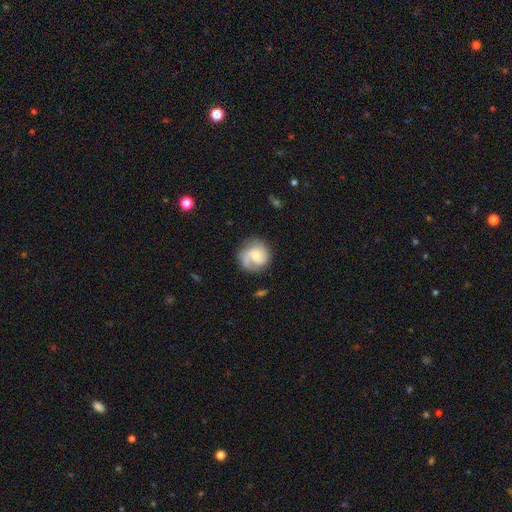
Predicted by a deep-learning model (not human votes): Smooth or featured: featured or disk — 67% (smooth — 26%)
Edge-on disk: no — 98% (yes — 2%)
Bar: no — 67% (weak — 29%)
Spiral arms: yes — 91% (no — 9%)
Spiral winding: medium — 41% (tight — 36%)
Spiral arm count: 2 — 42% (1 — 36%)
Bulge size: small — 45% (tied with moderate — 45%)
Merging: none — 65% (minor disturbance — 20%)